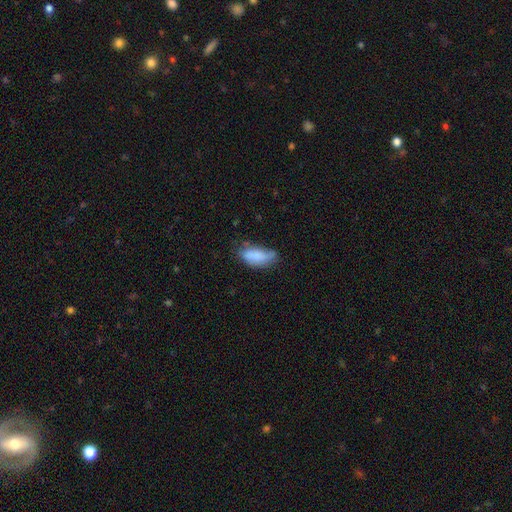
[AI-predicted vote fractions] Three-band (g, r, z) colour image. It shows a smooth galaxy with no disk features (79%) that is in between round and cigar-shaped (84%). Merging: none (45%).